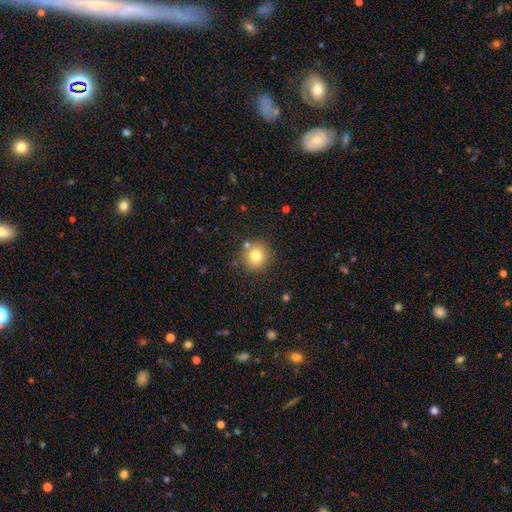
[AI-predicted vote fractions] Overall: smooth (78%). How rounded: round (90%). Merging: none (83%).